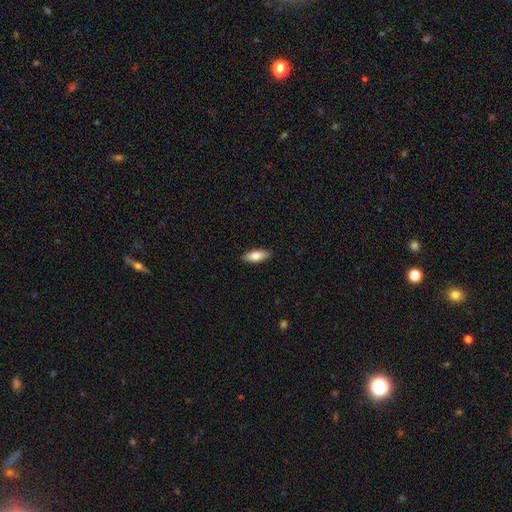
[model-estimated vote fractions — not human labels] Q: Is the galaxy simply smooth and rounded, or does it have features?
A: smooth — 79%.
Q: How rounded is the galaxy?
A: in between — 74%.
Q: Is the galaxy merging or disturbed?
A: none — 90%.